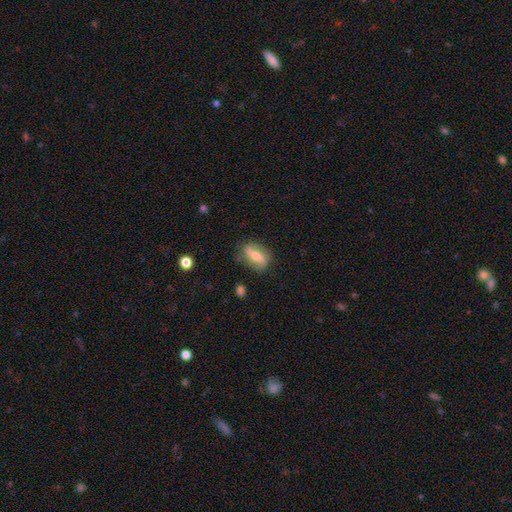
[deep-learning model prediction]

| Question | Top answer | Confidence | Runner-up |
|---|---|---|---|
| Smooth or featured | featured or disk | 57% | smooth (37%) |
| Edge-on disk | no | 84% | yes (16%) |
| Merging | none | 76% | minor disturbance (17%) |